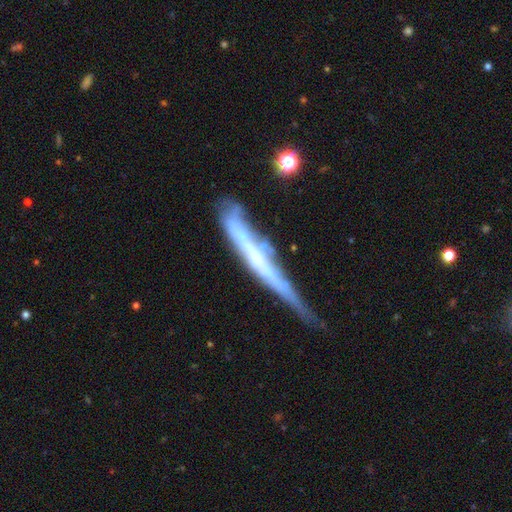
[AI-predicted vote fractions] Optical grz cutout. It shows a featured or disk galaxy (68%) viewed edge-on (84%) with no central bulge (66%). Merging: none (41%).